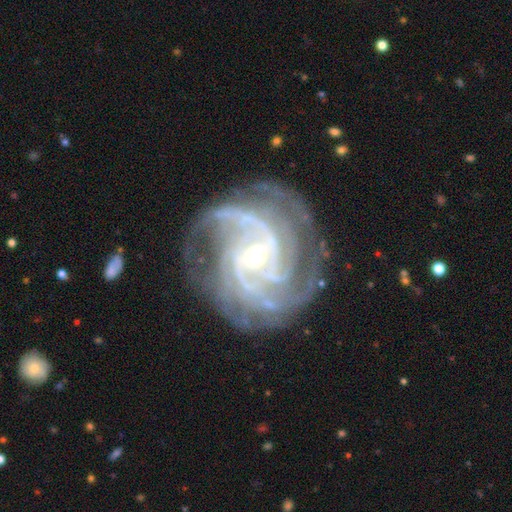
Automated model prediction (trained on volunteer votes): A featured or disk galaxy (92%) with no bar (50%), 3 (24%) tight (60%) spiral arms (98%) and a small central bulge (76%). Merging: none (77%).